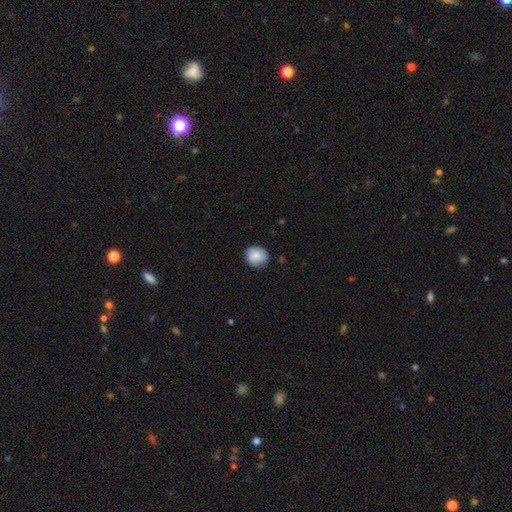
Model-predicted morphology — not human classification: This appears to be a smooth galaxy with no disk features (79%) that is round (84%). Merging: none (81%).